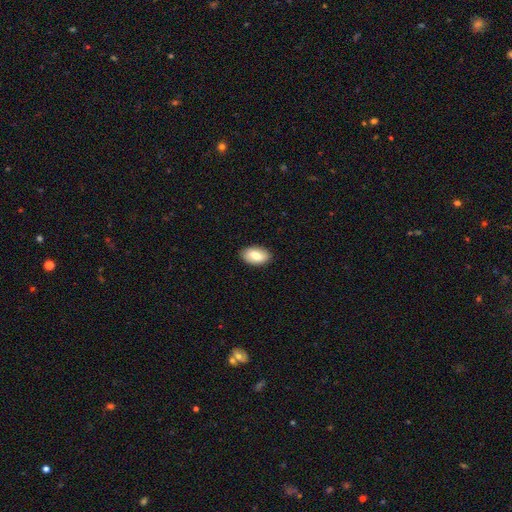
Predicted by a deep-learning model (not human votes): Smooth or featured?
  - smooth: 78% *
  - featured or disk: 16%
  - star or artifact: 6%
How rounded?
  - in between: 94% *
  - round: 4%
  - cigar-shaped: 2%
Merging?
  - none: 89% *
  - minor disturbance: 8%
  - major disturbance: 2%
  - merger: 1%